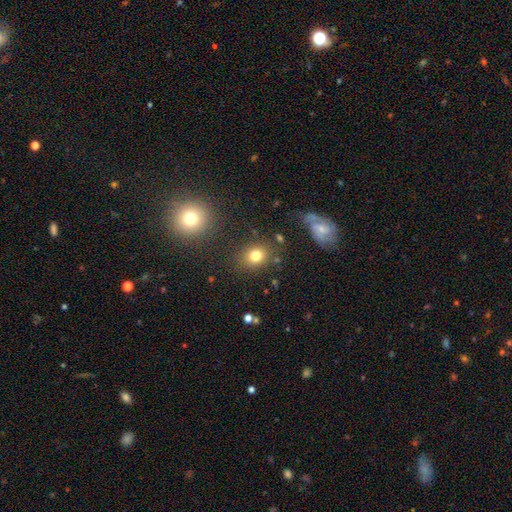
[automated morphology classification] Overall: smooth (77%). How rounded: round (61%; in between 38%). Merging: none (81%).